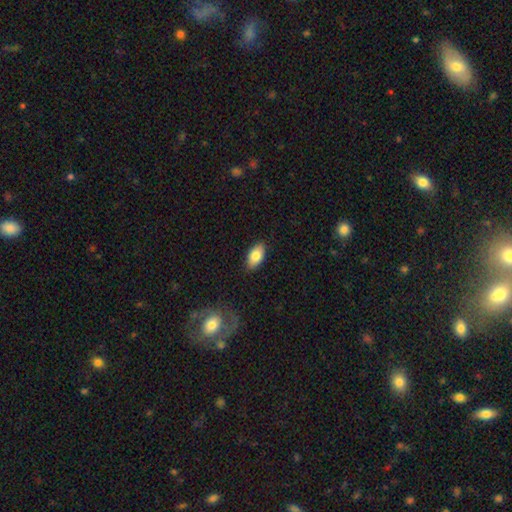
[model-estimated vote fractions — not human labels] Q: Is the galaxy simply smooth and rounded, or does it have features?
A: smooth — 82%.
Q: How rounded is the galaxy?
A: in between — 93%.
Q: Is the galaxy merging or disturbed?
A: none — 88%.